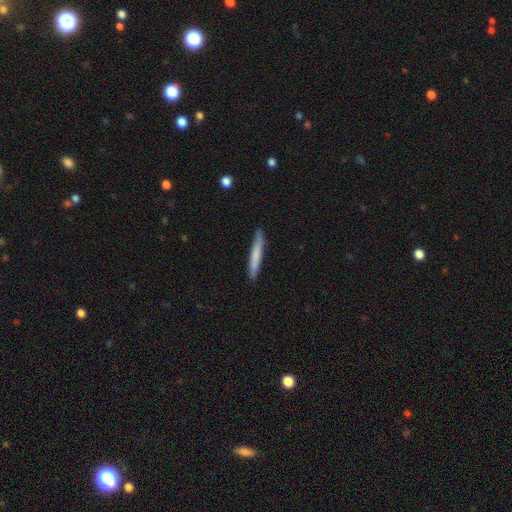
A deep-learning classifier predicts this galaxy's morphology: Smooth or featured?
  - smooth: 73% *
  - featured or disk: 22%
  - star or artifact: 5%
How rounded?
  - cigar-shaped: 96% *
  - in between: 3%
  - round: 1%
Merging?
  - none: 89% *
  - minor disturbance: 9%
  - major disturbance: 2%
  - merger: 1%